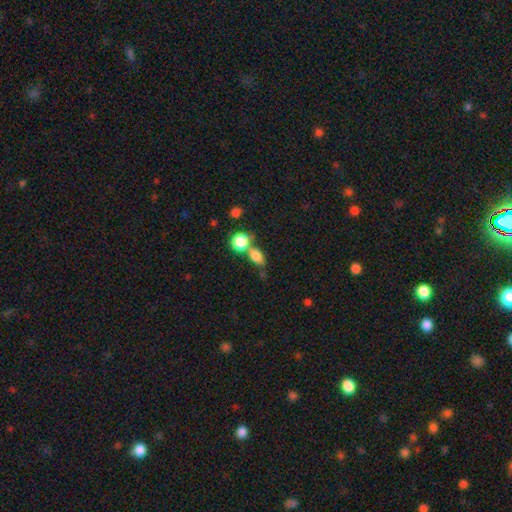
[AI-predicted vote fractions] smooth-or-featured: smooth: 79% | star or artifact: 12% | featured or disk: 10%
  how-rounded: in between: 69% | round: 26% | cigar-shaped: 5%
  merging: none: 46% | merger: 37% | minor disturbance: 12% | major disturbance: 6%